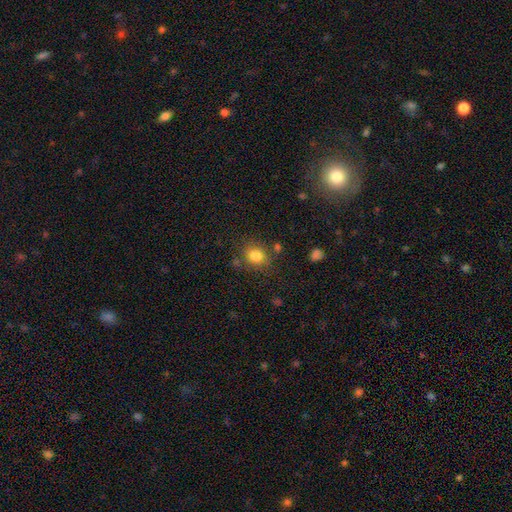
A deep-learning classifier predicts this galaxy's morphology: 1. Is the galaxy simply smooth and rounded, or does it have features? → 82% smooth, 11% star or artifact, 7% featured or disk.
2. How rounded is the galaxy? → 59% round, 40% in between, 1% cigar-shaped.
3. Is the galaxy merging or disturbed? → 74% none, 15% minor disturbance, 7% merger, 5% major disturbance.